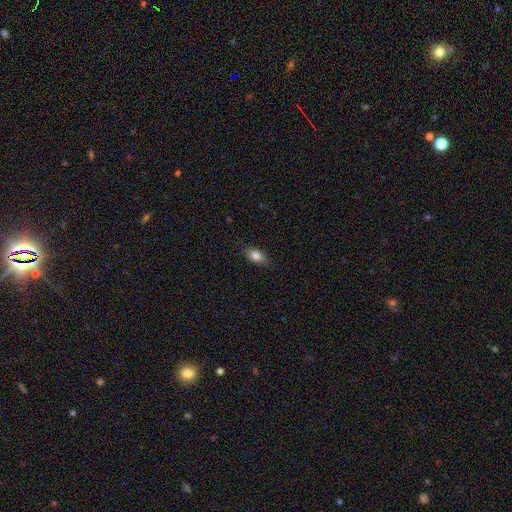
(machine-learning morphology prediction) This appears to be a smooth galaxy with no disk features (83%) that is in between round and cigar-shaped (88%). Merging: none (85%).